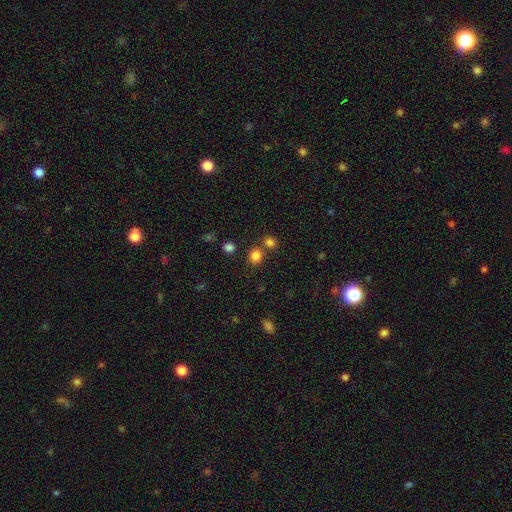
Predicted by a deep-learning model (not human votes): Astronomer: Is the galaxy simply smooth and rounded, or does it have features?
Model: smooth — 81%.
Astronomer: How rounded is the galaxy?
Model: round — 82%.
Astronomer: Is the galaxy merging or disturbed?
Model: none — 72%.